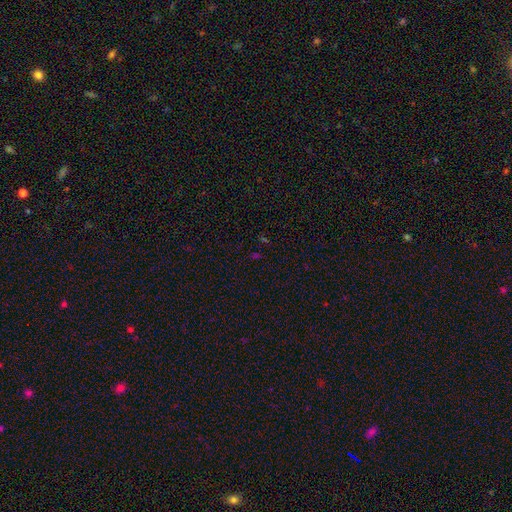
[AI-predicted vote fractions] Q: Smooth or featured?
A: star or artifact (58%); runner-up: smooth (34%)